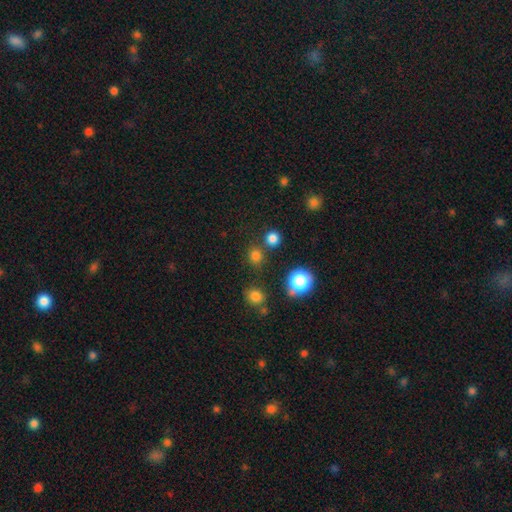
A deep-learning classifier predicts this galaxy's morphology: Smooth or featured? Predicted: smooth (p=0.75). How rounded? Predicted: round (p=0.87). Merging? Predicted: none (p=0.77).